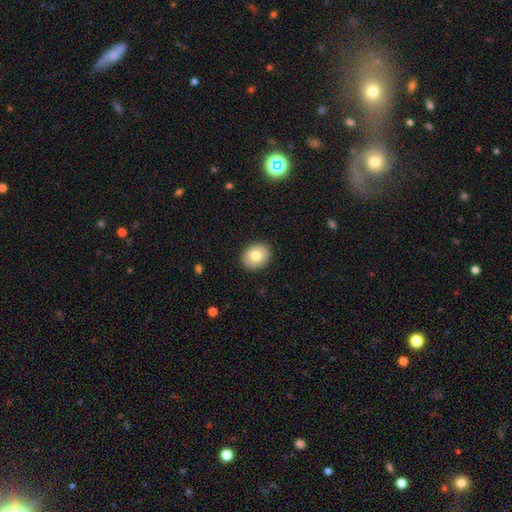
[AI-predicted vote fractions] smooth-or-featured: smooth: 77% | featured or disk: 15% | star or artifact: 8%
  how-rounded: round: 53% | in between: 46% | cigar-shaped: 1%
  merging: none: 90% | minor disturbance: 7% | major disturbance: 2% | merger: 1%